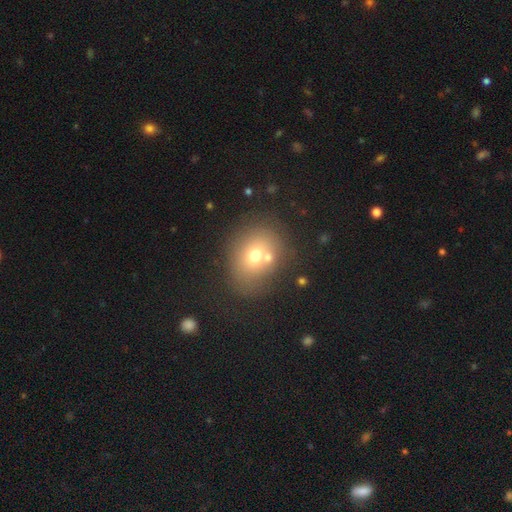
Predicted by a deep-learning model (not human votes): Overall: smooth (65%). How rounded: round (59%; in between 40%). Merging: none (58%; merger 21%).